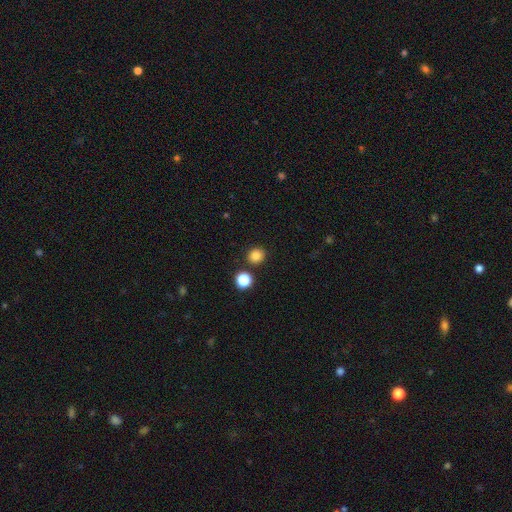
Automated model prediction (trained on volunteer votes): The model was most divided on "how rounded": round: 84%, in between: 15%, cigar-shaped: 1%. More confident: merging — none (86%); smooth or featured — smooth (83%).